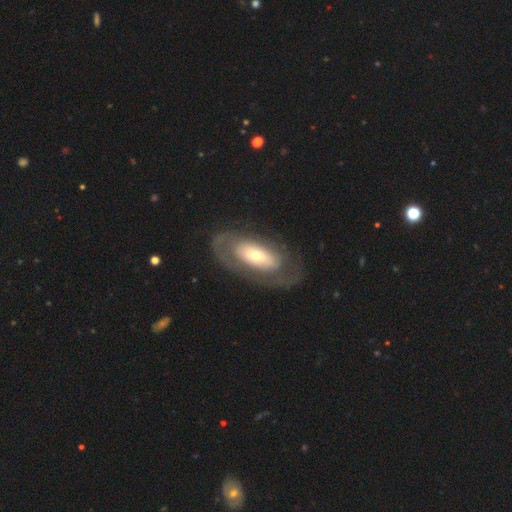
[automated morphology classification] A featured or disk galaxy (63%) with no bar (75%), spiral arms (51%) and a moderate central bulge (45%).

Vote fractions:
- Smooth or featured? featured or disk: 63% / smooth: 31% / star or artifact: 5%
- Edge-on disk? no: 89% / yes: 11%
- Bar? no: 75% / weak: 16% / strong: 10%
- Spiral arms? yes: 51% / no: 49%
- Bulge size? moderate: 45% / small: 42% / large: 10% / dominant: 2% / none: 1%
- Merging? none: 66% / minor disturbance: 16% / major disturbance: 16% / merger: 2%